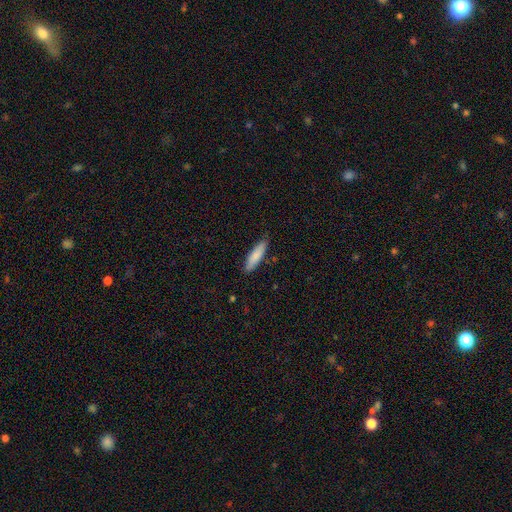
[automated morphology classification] Smooth or featured?
  - smooth: 82% *
  - featured or disk: 12%
  - star or artifact: 6%
How rounded?
  - cigar-shaped: 69% *
  - in between: 30%
  - round: 1%
Merging?
  - none: 85% *
  - minor disturbance: 12%
  - major disturbance: 2%
  - merger: 1%